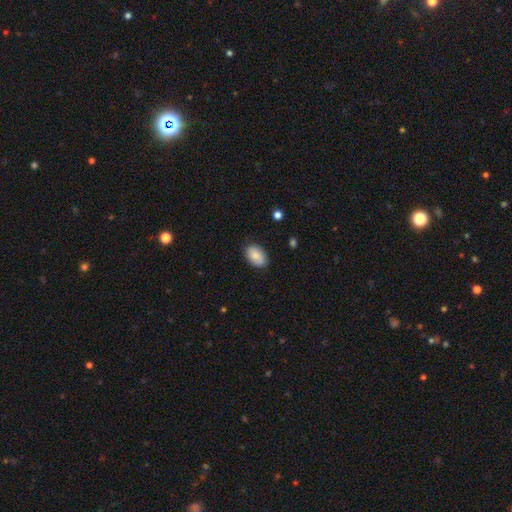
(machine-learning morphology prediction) A smooth galaxy with no disk features (82%) that is in between round and cigar-shaped (91%). Merging: none (83%).